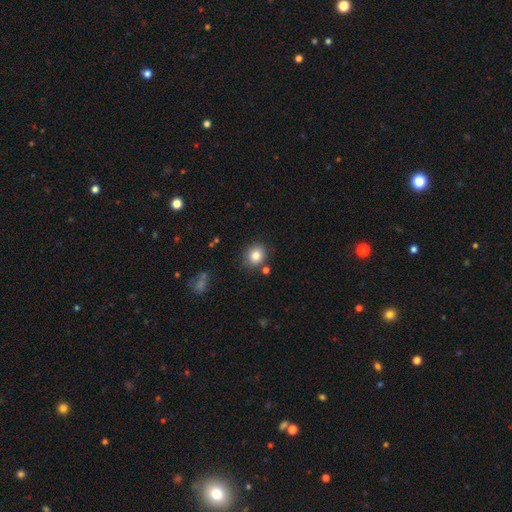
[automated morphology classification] Smooth or featured?
  - smooth: 84% *
  - star or artifact: 10%
  - featured or disk: 6%
How rounded?
  - round: 78% *
  - in between: 21%
  - cigar-shaped: 1%
Merging?
  - none: 81% *
  - minor disturbance: 11%
  - merger: 5%
  - major disturbance: 3%